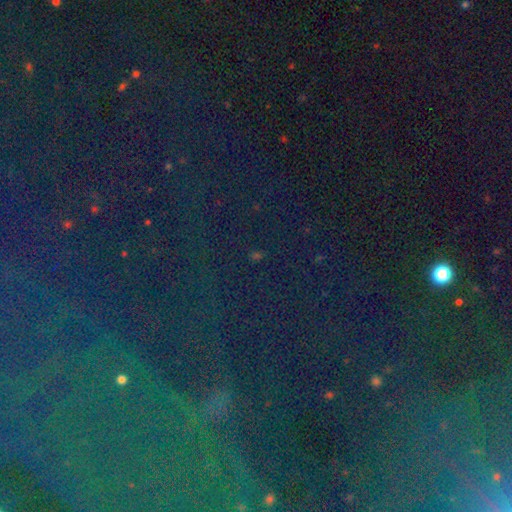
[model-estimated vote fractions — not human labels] This is likely a star or artifact rather than a galaxy (80%).